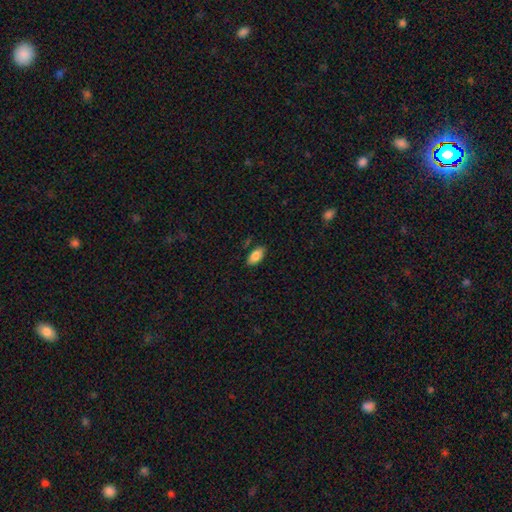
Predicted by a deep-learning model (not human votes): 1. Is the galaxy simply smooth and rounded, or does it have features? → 84% smooth, 9% featured or disk, 7% star or artifact.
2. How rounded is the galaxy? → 93% in between, 4% cigar-shaped, 3% round.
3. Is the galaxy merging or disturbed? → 86% none, 10% minor disturbance, 2% major disturbance, 2% merger.